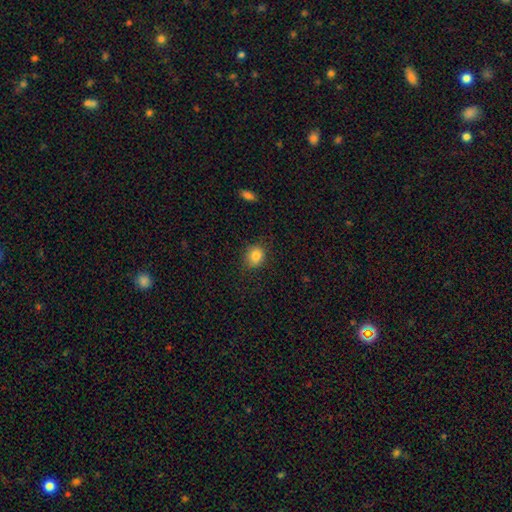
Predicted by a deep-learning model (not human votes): The model was most divided on "how rounded": round: 72%, in between: 27%, cigar-shaped: 1%. More confident: merging — none (84%); smooth or featured — smooth (83%).